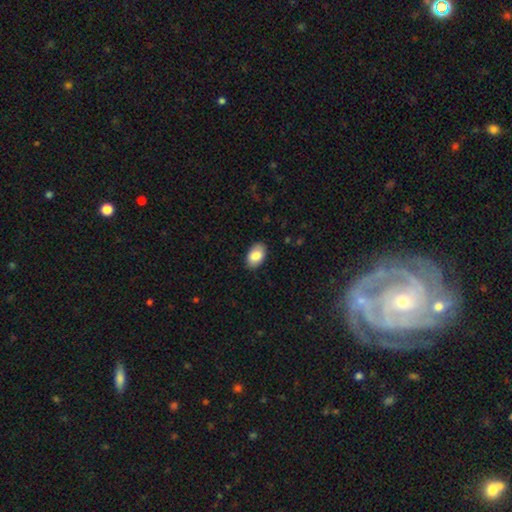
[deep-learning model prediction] smooth-or-featured: smooth: 85% | featured or disk: 8% | star or artifact: 7%
  how-rounded: in between: 91% | round: 8% | cigar-shaped: 1%
  merging: none: 86% | minor disturbance: 11% | major disturbance: 2% | merger: 1%